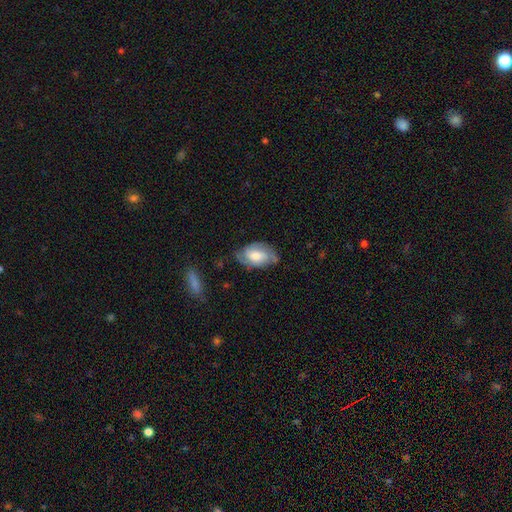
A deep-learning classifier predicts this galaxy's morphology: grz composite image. It shows a featured or disk galaxy (59%) with no bar (57%), spiral arms (87%) and a moderate central bulge (44%). Merging: none (63%).